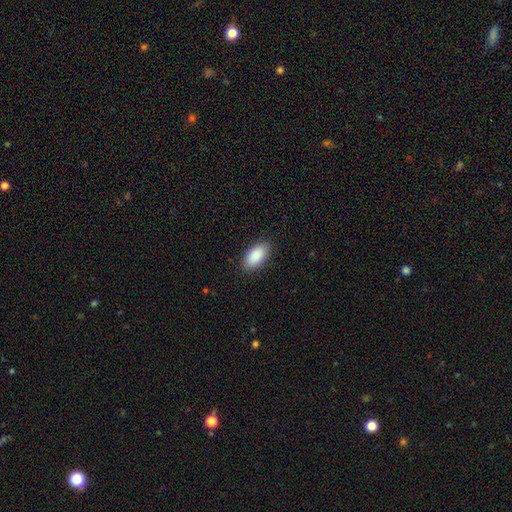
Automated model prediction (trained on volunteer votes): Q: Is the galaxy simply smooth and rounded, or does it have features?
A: smooth — 90%.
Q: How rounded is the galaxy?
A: in between — 94%.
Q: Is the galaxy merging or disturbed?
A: none — 88%.